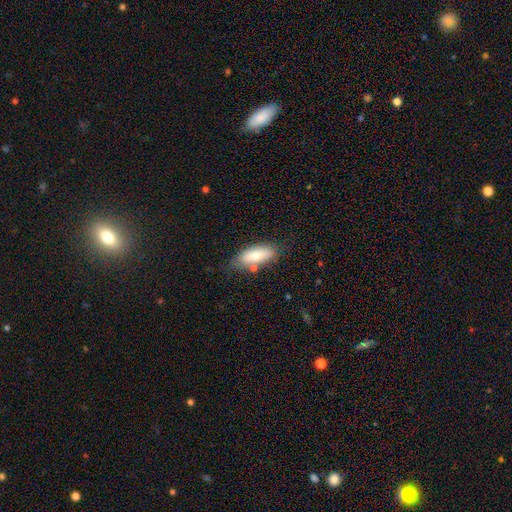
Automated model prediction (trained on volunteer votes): smooth-or-featured: smooth: 72% | featured or disk: 21% | star or artifact: 7%
  how-rounded: in between: 75% | cigar-shaped: 23% | round: 3%
  merging: none: 71% | minor disturbance: 17% | merger: 8% | major disturbance: 4%